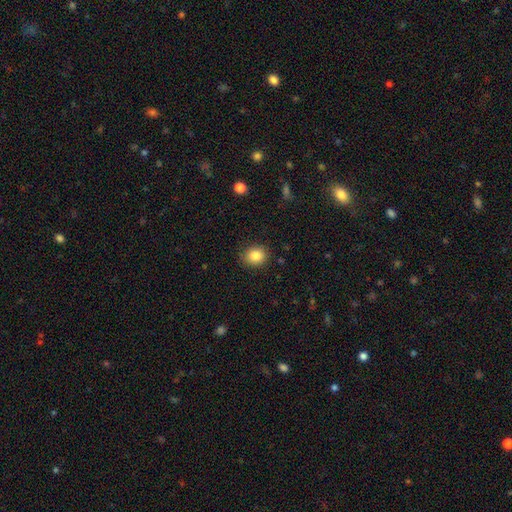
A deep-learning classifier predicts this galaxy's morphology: Smooth or featured?
  - smooth: 85% *
  - star or artifact: 9%
  - featured or disk: 6%
How rounded?
  - round: 67% *
  - in between: 32%
  - cigar-shaped: 1%
Merging?
  - none: 86% *
  - minor disturbance: 11%
  - major disturbance: 3%
  - merger: 1%